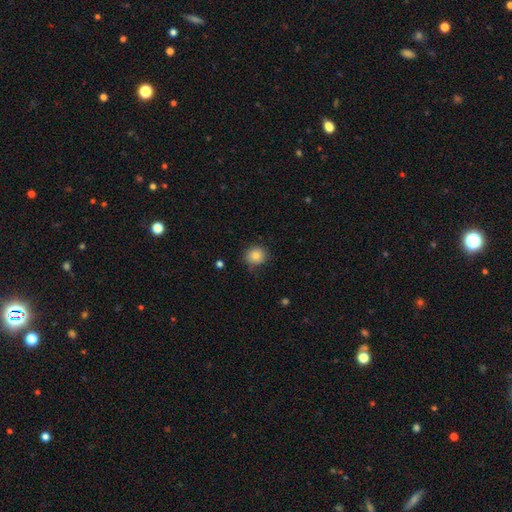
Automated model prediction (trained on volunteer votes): smooth 84%, star or artifact 10%, featured or disk 6%. Down the decision tree: how rounded — round (87%); merging — none (81%).